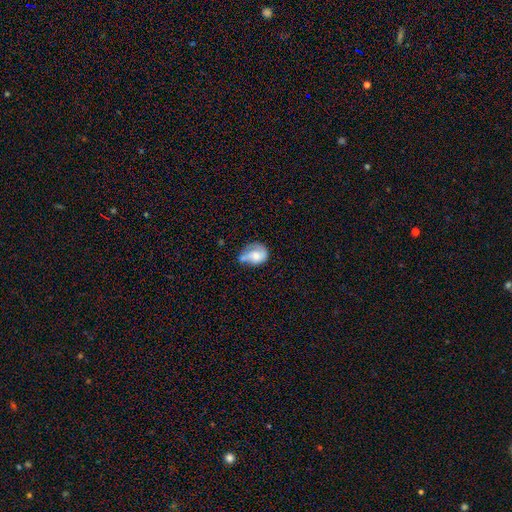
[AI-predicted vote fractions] smooth_or_featured: smooth (p=0.48) [alt: featured or disk p=0.44]
merging: minor disturbance (p=0.32) [alt: none p=0.30]